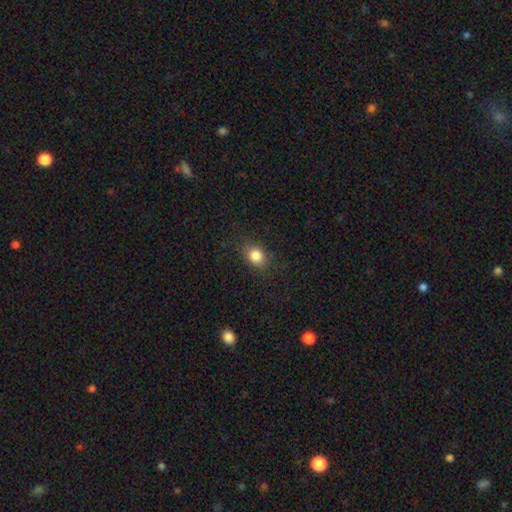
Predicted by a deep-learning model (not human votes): A smooth galaxy with no disk features (84%) that is in between round and cigar-shaped (49%, tied with round).

Vote fractions:
- Smooth or featured? smooth: 84% / star or artifact: 10% / featured or disk: 5%
- How rounded? in between: 49% (tied) / round: 49% (tied) / cigar-shaped: 1%
- Merging? none: 84% / minor disturbance: 11% / major disturbance: 4% / merger: 1%